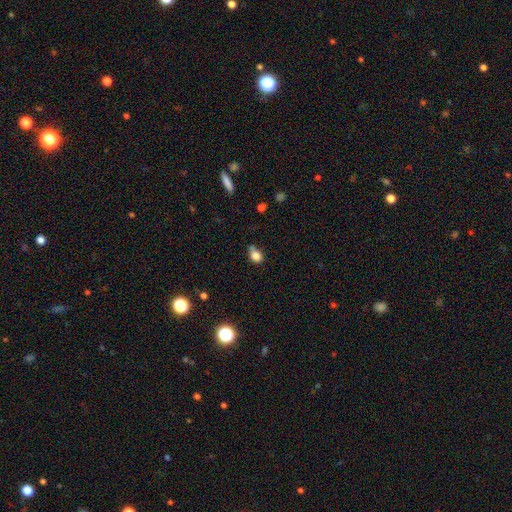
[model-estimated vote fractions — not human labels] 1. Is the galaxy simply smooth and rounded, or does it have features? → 81% smooth, 11% star or artifact, 8% featured or disk.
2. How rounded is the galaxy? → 59% in between, 39% round, 2% cigar-shaped.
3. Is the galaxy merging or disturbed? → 44% none, 36% minor disturbance, 12% major disturbance, 8% merger.